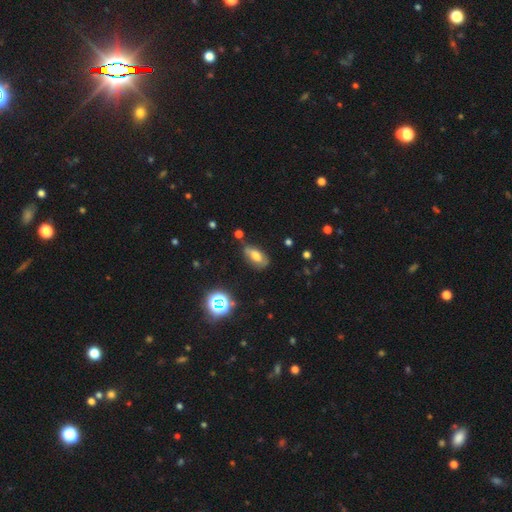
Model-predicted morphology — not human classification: Smooth or featured? Predicted: smooth (p=0.59). How rounded? Predicted: in between (p=0.84). Merging? Predicted: none (p=0.57).